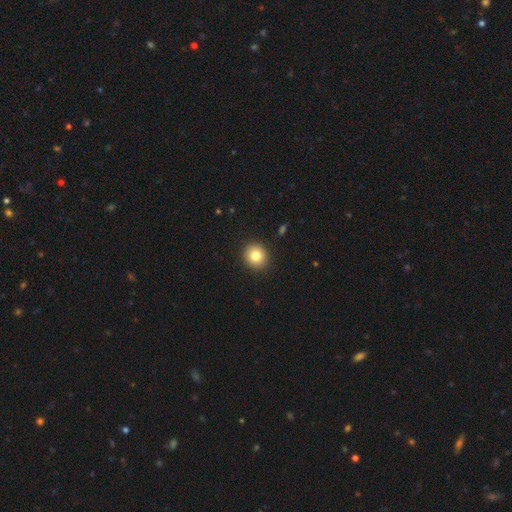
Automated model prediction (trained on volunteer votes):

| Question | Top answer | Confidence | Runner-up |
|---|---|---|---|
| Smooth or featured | smooth | 81% | star or artifact (10%) |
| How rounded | round | 88% | in between (11%) |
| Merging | none | 92% | minor disturbance (5%) |